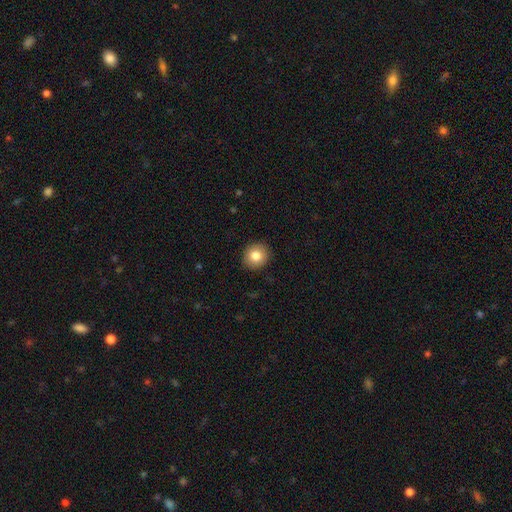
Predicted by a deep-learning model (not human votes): The model was most divided on "smooth or featured": smooth: 82%, star or artifact: 9%, featured or disk: 8%. More confident: merging — none (91%); how rounded — round (86%).